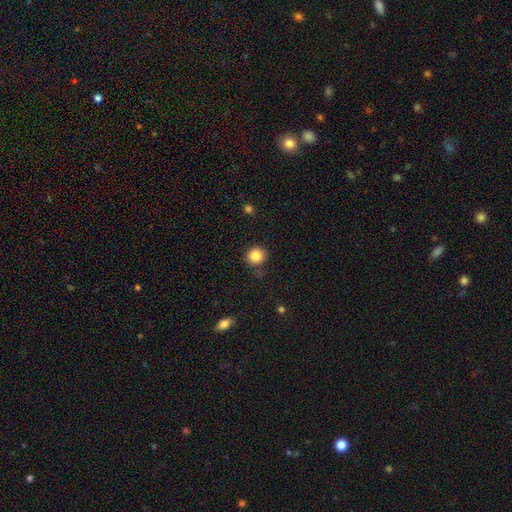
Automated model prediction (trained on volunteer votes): This is clearly a smooth galaxy (85%). How rounded: clearly round (91%). Merging: clearly none (86%).